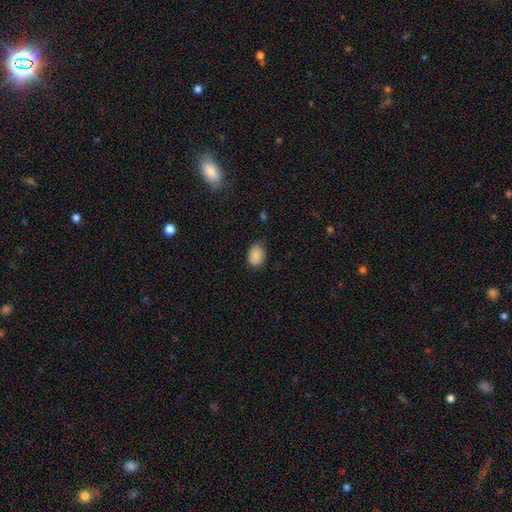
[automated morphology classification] smooth 86%, star or artifact 8%, featured or disk 5%. Down the decision tree: how rounded — in between (71%); merging — none (71%).